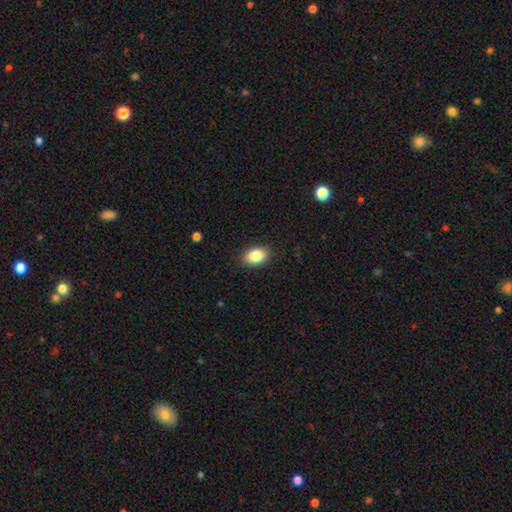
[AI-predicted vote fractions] Smooth or featured: smooth — 87% (star or artifact — 8%)
How rounded: in between — 85% (round — 14%)
Merging: none — 88% (minor disturbance — 9%)